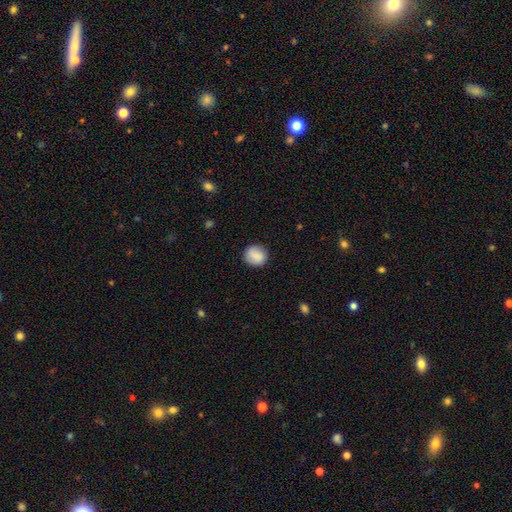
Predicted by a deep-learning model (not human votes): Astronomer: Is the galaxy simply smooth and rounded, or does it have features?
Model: smooth — 85%.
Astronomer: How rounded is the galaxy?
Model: round — 83%.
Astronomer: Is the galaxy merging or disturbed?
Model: none — 87%.